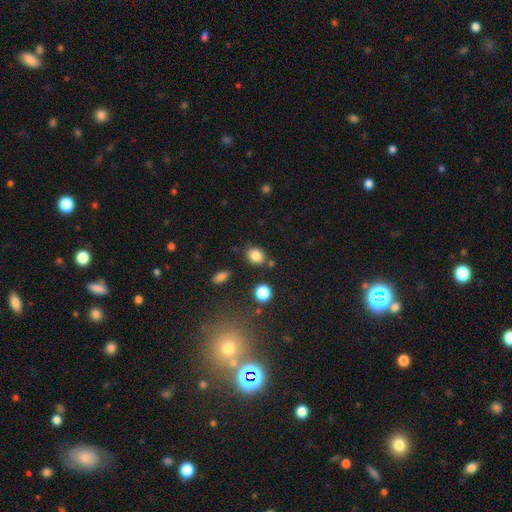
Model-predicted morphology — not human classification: This is clearly a smooth galaxy (84%). How rounded: possibly round (52%). Merging: likely none (75%).